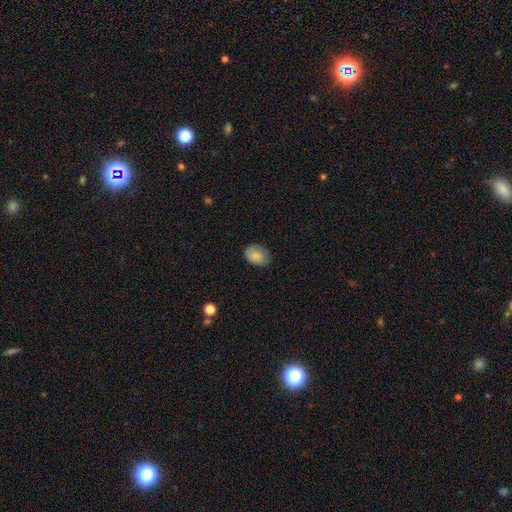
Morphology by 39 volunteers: smooth-or-featured: smooth: 77% | featured or disk: 13% | star or artifact: 10%
  how-rounded: in between: 77% | round: 23% | cigar-shaped: 0%
  merging: none: 89% | minor disturbance: 11% | major disturbance: 0% | merger: 0%